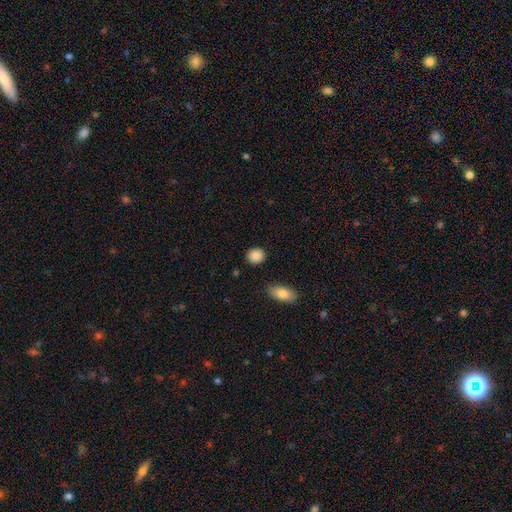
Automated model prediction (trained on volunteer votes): A smooth galaxy with no disk features (89%) that is round (76%). Merging: none (88%).